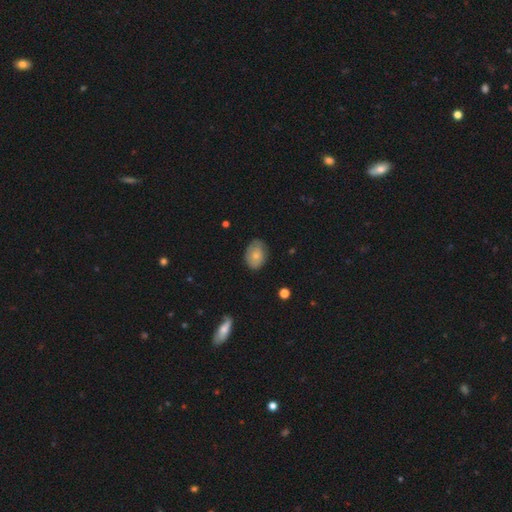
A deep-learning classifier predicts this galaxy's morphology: Q: Smooth or featured?
A: smooth (68%); runner-up: featured or disk (25%)
Q: How rounded?
A: in between (77%); runner-up: round (22%)
Q: Merging?
A: none (73%); runner-up: minor disturbance (21%)